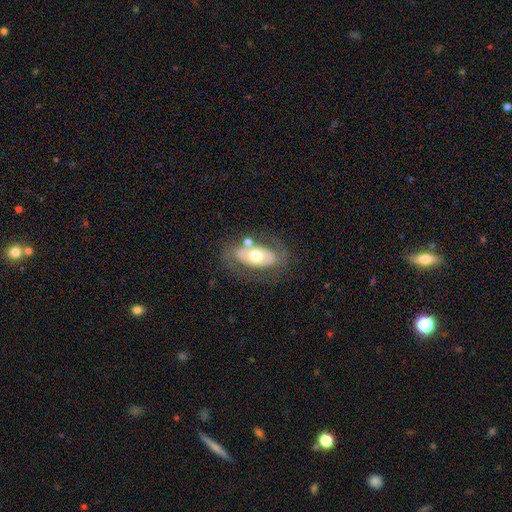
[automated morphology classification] Smooth or featured: featured or disk — 51% (smooth — 42%)
Edge-on disk: no — 89% (yes — 11%)
Merging: none — 65% (minor disturbance — 17%)